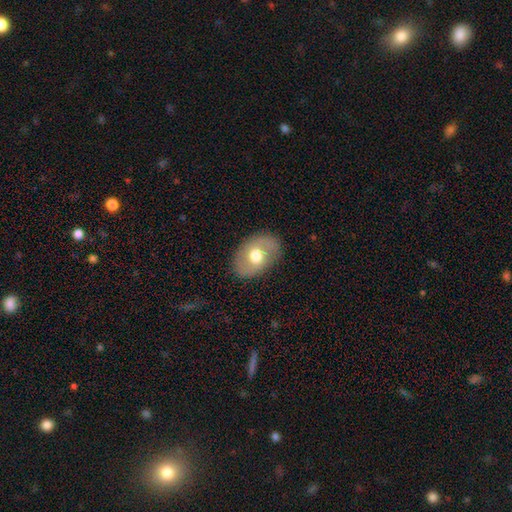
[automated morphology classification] smooth_or_featured: smooth (p=0.56) [alt: featured or disk p=0.37]
how_rounded: in between (p=0.79) [alt: round p=0.20]
merging: none (p=0.83) [alt: minor disturbance p=0.12]